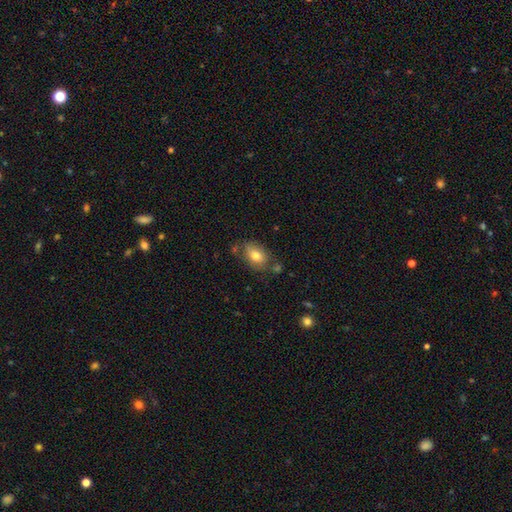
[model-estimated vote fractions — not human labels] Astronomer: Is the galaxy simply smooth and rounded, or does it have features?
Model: smooth — 77%.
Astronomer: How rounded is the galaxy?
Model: in between — 81%.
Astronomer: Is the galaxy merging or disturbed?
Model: none — 66%.